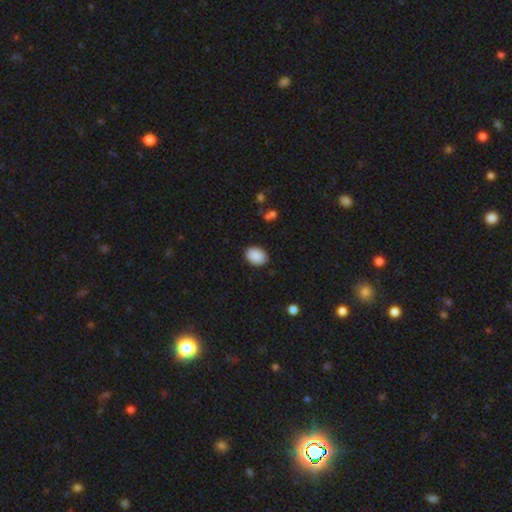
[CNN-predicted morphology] A smooth galaxy with no disk features (90%) that is in between round and cigar-shaped (69%).

Vote fractions:
- Smooth or featured? smooth: 90% / star or artifact: 7% / featured or disk: 3%
- How rounded? in between: 69% / round: 30% / cigar-shaped: 1%
- Merging? none: 89% / minor disturbance: 8% / major disturbance: 2% / merger: 1%